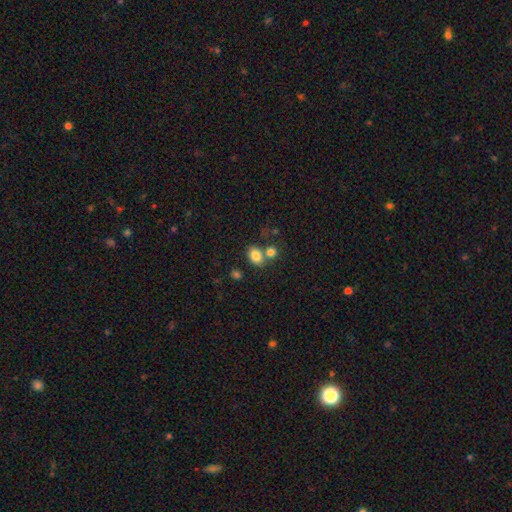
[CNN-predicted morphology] A smooth galaxy with no disk features (82%) that is in between round and cigar-shaped (67%). Merging: none (57%).